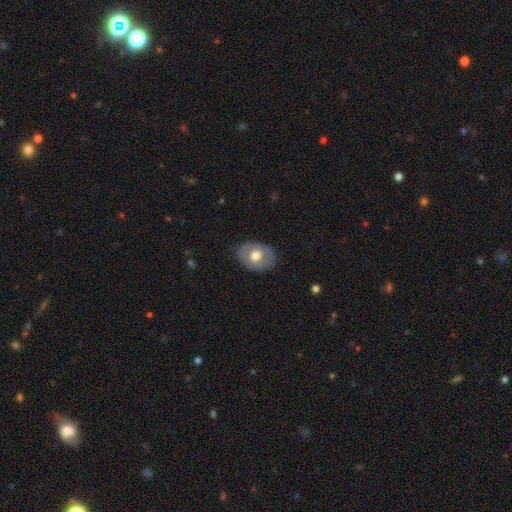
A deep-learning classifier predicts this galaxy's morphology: This appears to be a smooth galaxy with no disk features (53%) that is in between round and cigar-shaped (69%). Merging: none (79%).